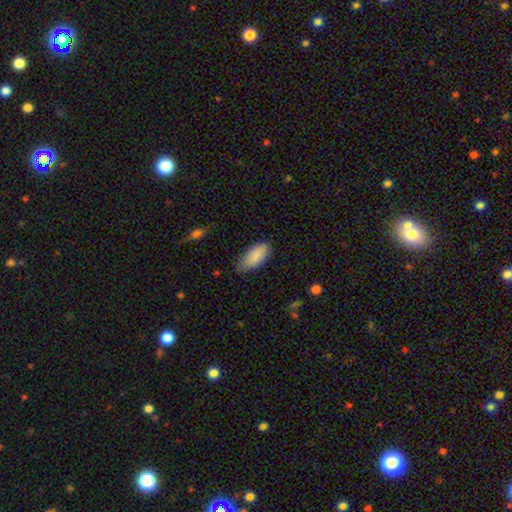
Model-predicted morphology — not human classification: Smooth or featured: smooth — 88% (star or artifact — 6%)
How rounded: in between — 87% (cigar-shaped — 12%)
Merging: none — 65% (minor disturbance — 29%)